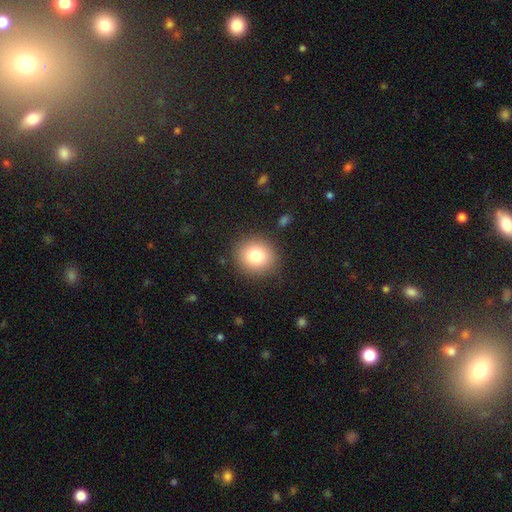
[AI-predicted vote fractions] Morphology: type=smooth (80%); roundness=round (83%); merging=none (88%).